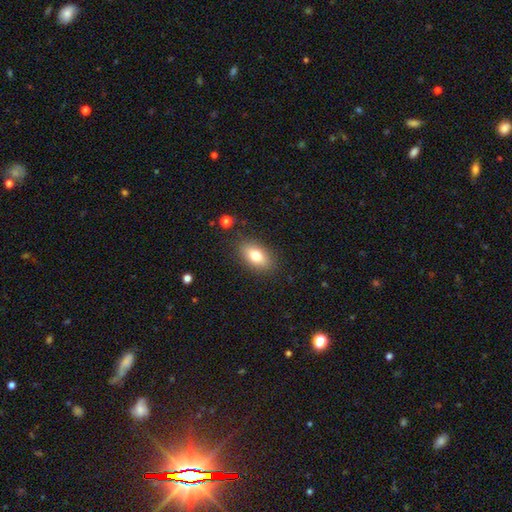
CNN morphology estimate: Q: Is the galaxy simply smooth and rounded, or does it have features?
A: smooth — 76%.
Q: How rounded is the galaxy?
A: in between — 87%.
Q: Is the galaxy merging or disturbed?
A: none — 85%.